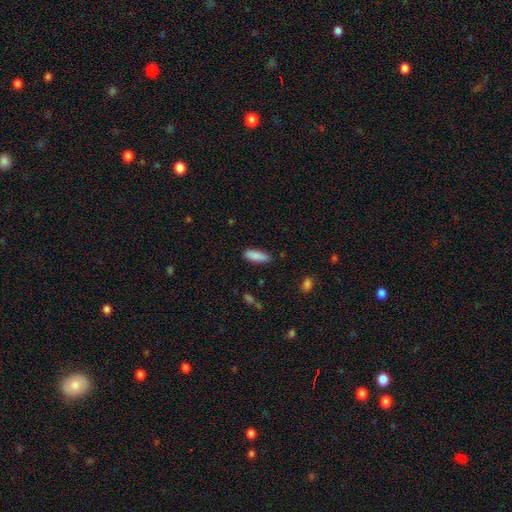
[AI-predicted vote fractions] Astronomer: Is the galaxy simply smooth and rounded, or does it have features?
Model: smooth — 88%.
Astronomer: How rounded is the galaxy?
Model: in between — 66%.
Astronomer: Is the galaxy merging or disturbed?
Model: none — 83%.